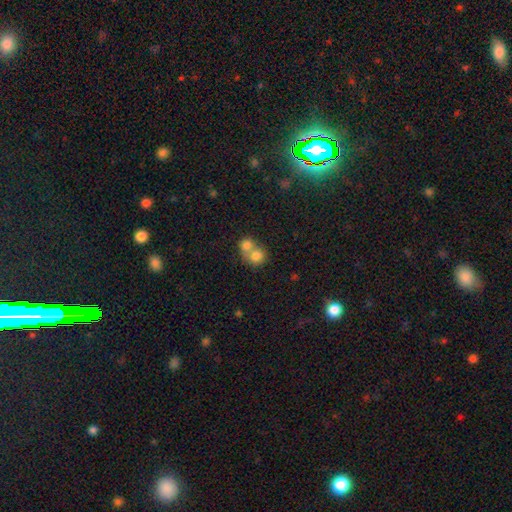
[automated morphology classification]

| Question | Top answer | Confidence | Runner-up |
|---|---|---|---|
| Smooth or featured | smooth | 77% | featured or disk (14%) |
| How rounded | round | 74% | in between (25%) |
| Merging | merger | 68% | none (24%) |